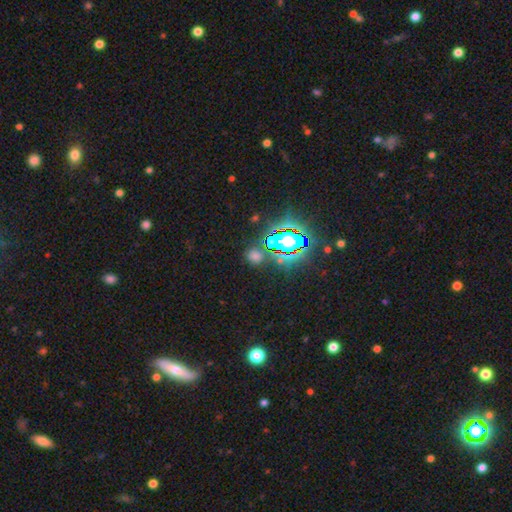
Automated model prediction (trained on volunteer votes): smooth_or_featured: star or artifact (p=0.49) [alt: smooth p=0.43]